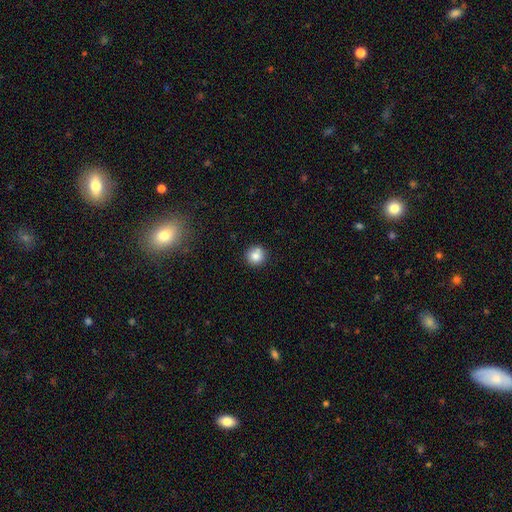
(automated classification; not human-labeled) This appears to be a smooth galaxy with no disk features (81%) that is round (92%). Merging: none (75%).